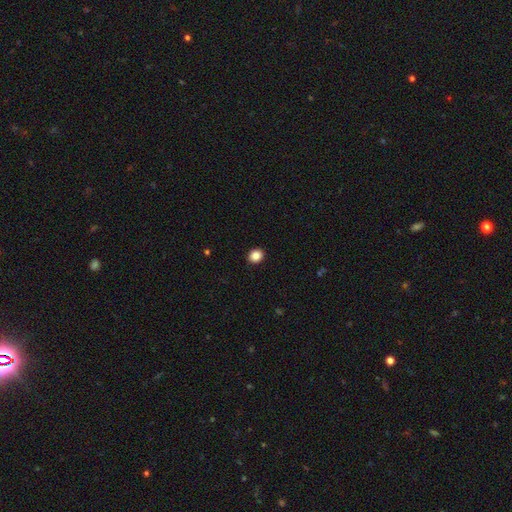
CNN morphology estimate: The model was most divided on "how rounded": round: 70%, in between: 29%, cigar-shaped: 1%. More confident: merging — none (92%); smooth or featured — smooth (86%).